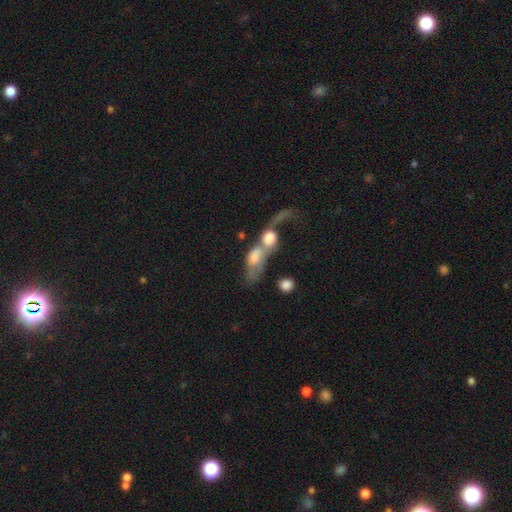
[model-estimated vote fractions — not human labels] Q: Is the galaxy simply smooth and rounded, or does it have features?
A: smooth — 45%.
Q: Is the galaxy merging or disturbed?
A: merger — 73%.